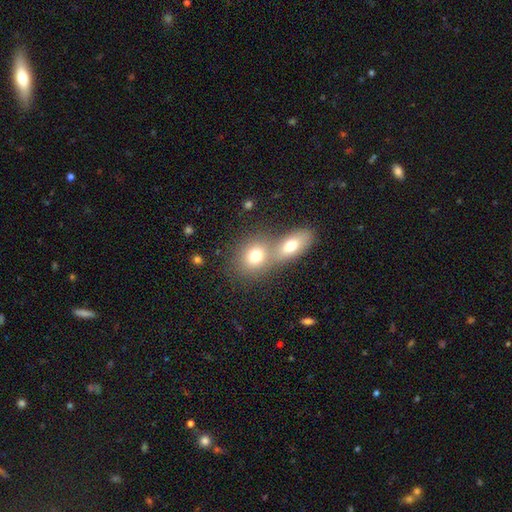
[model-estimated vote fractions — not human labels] smooth_or_featured: smooth (p=0.76) [alt: featured or disk p=0.14]
how_rounded: round (p=0.56) [alt: in between p=0.42]
merging: merger (p=0.53) [alt: none p=0.37]